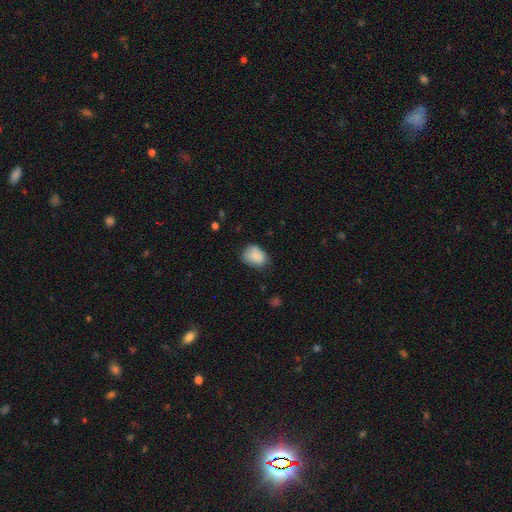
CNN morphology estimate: smooth 85%, star or artifact 8%, featured or disk 7%. Down the decision tree: how rounded — in between (62%); merging — none (59%).